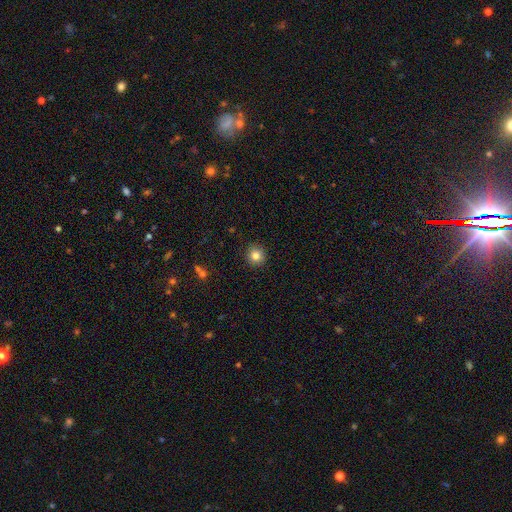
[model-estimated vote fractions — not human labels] Overall: smooth (82%). How rounded: round (93%). Merging: none (92%).